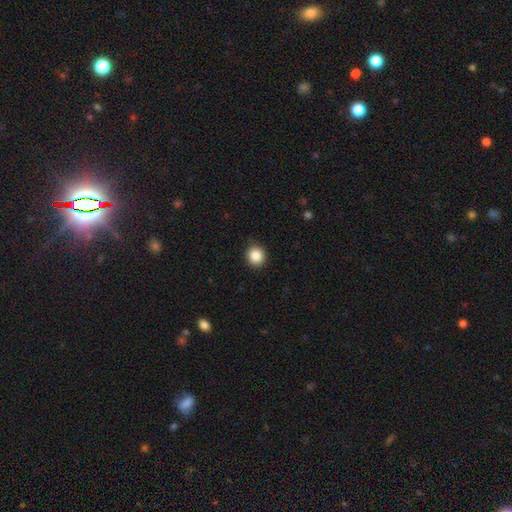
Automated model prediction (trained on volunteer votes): Smooth or featured? Predicted: smooth (p=0.87). How rounded? Predicted: round (p=0.90). Merging? Predicted: none (p=0.89).